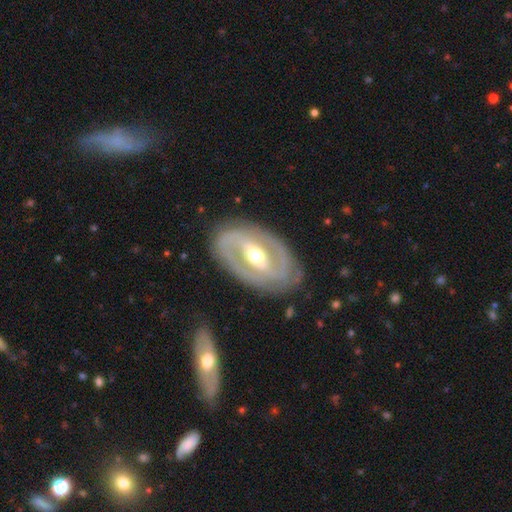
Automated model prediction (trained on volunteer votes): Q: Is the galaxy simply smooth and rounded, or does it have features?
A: featured or disk — 83%.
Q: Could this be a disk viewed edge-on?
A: no — 94%.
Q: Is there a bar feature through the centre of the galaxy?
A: strong — 47%.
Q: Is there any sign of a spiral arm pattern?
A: yes — 75%.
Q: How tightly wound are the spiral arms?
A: tight — 50%.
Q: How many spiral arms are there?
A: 2 — 79%.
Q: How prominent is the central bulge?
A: moderate — 70%.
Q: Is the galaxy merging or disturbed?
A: none — 81%.